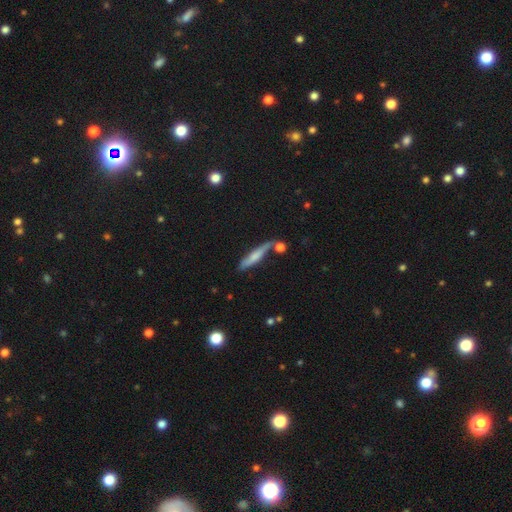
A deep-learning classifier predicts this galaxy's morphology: Smooth or featured?
  - smooth: 49% *
  - featured or disk: 43%
  - star or artifact: 7%
Merging?
  - none: 67% *
  - minor disturbance: 17%
  - merger: 12%
  - major disturbance: 5%